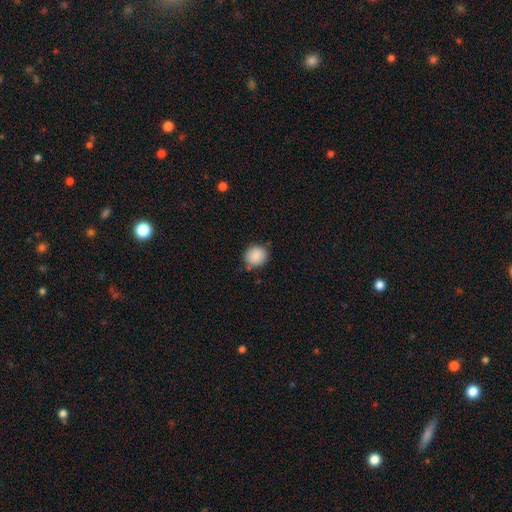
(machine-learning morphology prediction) A smooth galaxy with no disk features (87%) that is round (82%).

Vote fractions:
- Smooth or featured? smooth: 87% / star or artifact: 8% / featured or disk: 5%
- How rounded? round: 82% / in between: 17% / cigar-shaped: 1%
- Merging? none: 77% / minor disturbance: 17% / major disturbance: 3% / merger: 3%